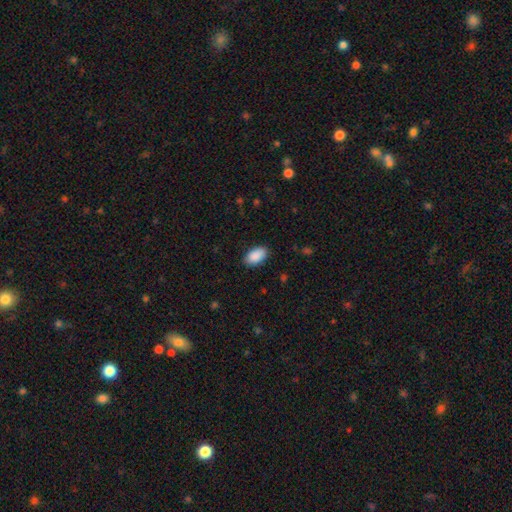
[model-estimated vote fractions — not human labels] Morphology: type=smooth (91%); roundness=in between (95%); merging=none (87%).